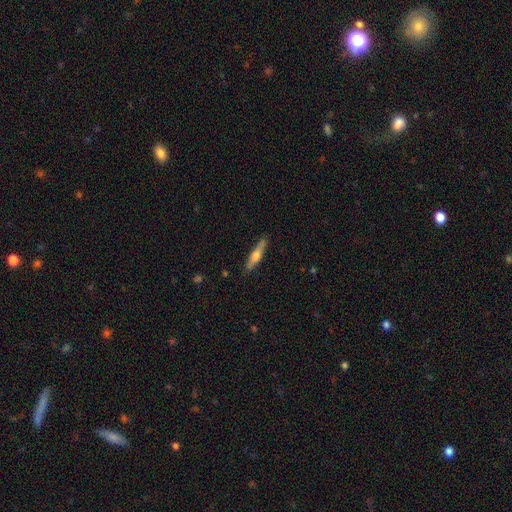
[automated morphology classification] featured or disk 48%, smooth 46%, star or artifact 5%. Down the decision tree: merging — none (88%).